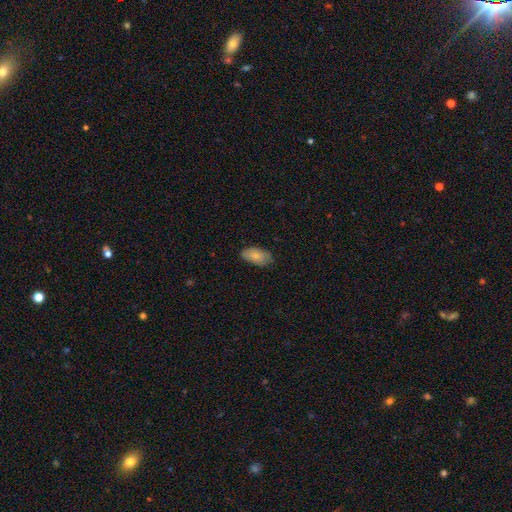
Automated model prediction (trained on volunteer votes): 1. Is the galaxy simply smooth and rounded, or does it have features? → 80% smooth, 14% featured or disk, 6% star or artifact.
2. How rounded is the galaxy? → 94% in between, 3% round, 3% cigar-shaped.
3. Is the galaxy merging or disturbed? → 76% none, 19% minor disturbance, 3% major disturbance, 1% merger.